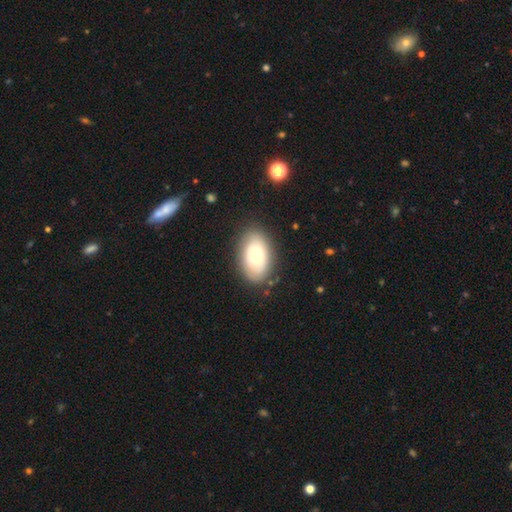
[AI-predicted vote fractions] smooth-or-featured: smooth: 65% | featured or disk: 28% | star or artifact: 7%
  how-rounded: in between: 89% | round: 10% | cigar-shaped: 1%
  merging: none: 81% | minor disturbance: 13% | major disturbance: 4% | merger: 2%